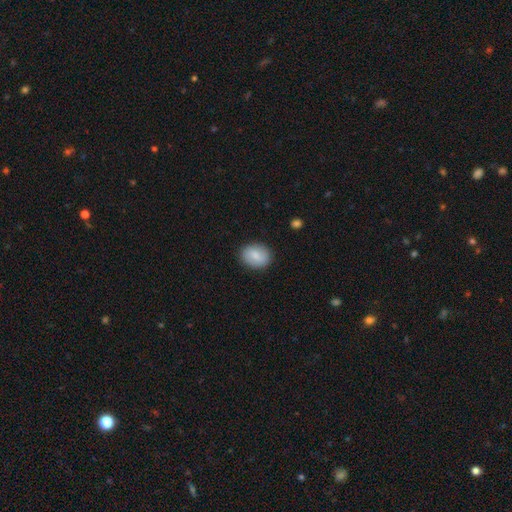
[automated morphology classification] This is clearly a smooth galaxy (81%). How rounded: possibly in between (57%). Merging: clearly none (87%).